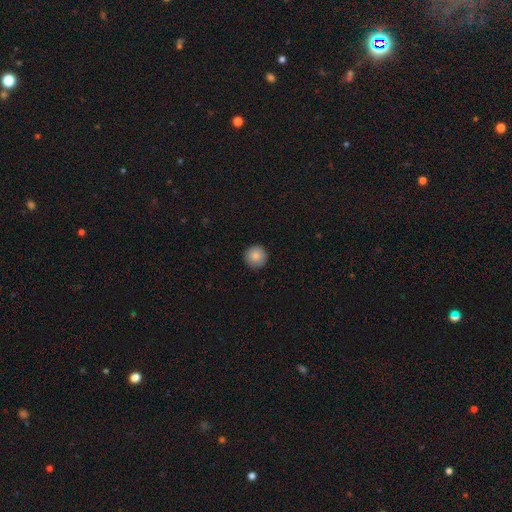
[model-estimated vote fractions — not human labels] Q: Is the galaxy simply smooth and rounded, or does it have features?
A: smooth — 85%.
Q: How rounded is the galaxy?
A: round — 96%.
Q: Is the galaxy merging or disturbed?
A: none — 92%.